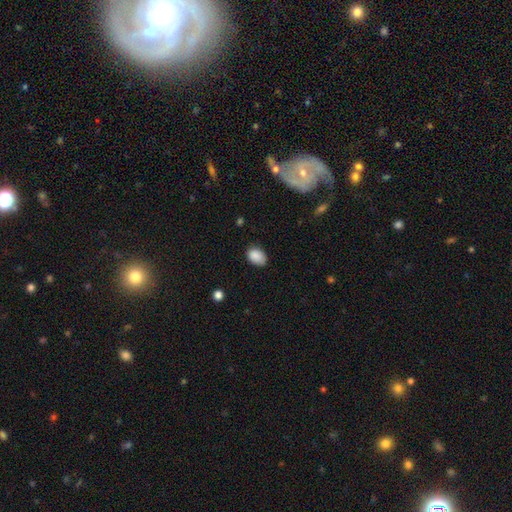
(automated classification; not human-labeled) Smooth or featured? Predicted: smooth (p=0.88). How rounded? Predicted: in between (p=0.79). Merging? Predicted: none (p=0.74).